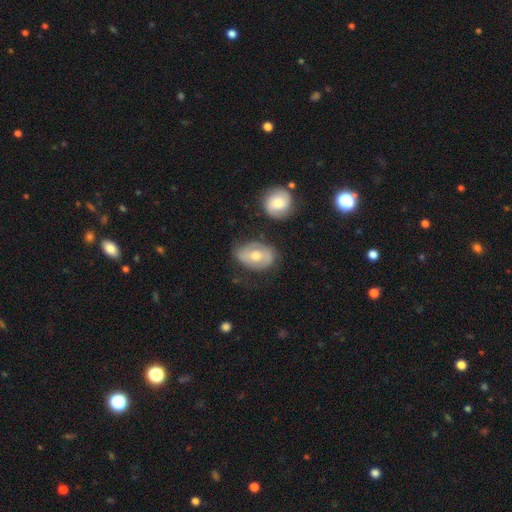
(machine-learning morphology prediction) The model was most divided on "smooth or featured": featured or disk: 49%, smooth: 44%, star or artifact: 6%. More confident: merging — none (63%).